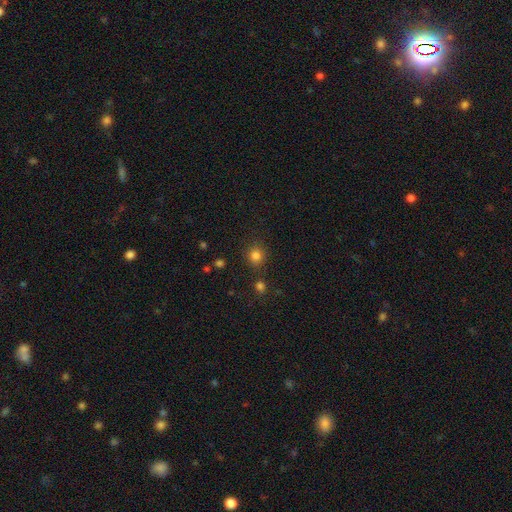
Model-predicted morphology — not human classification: A smooth galaxy with no disk features (81%) that is round (88%). Merging: none (83%).